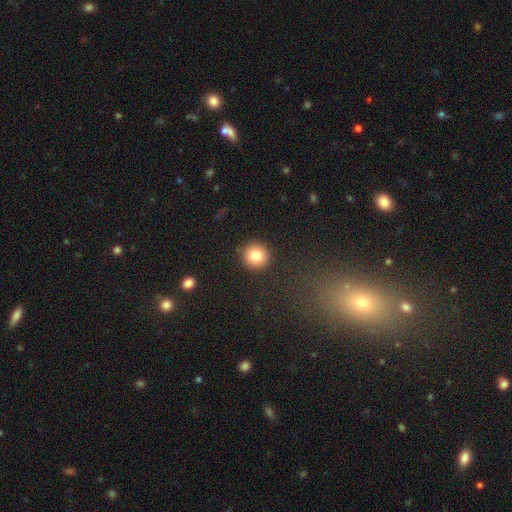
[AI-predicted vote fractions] Morphology: type=smooth (82%); roundness=round (94%); merging=none (92%).